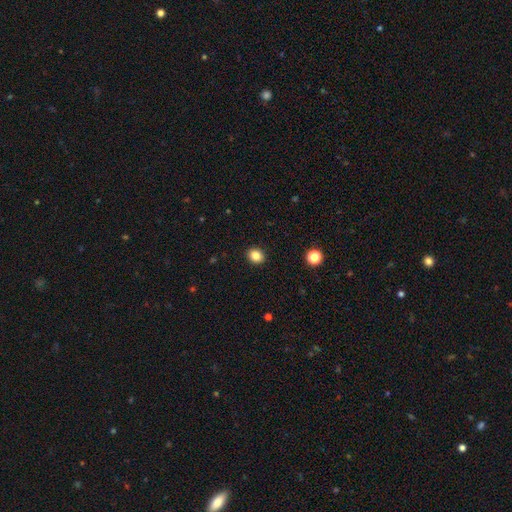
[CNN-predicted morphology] type=smooth (83%); roundness=round (66%); merging=none (91%).